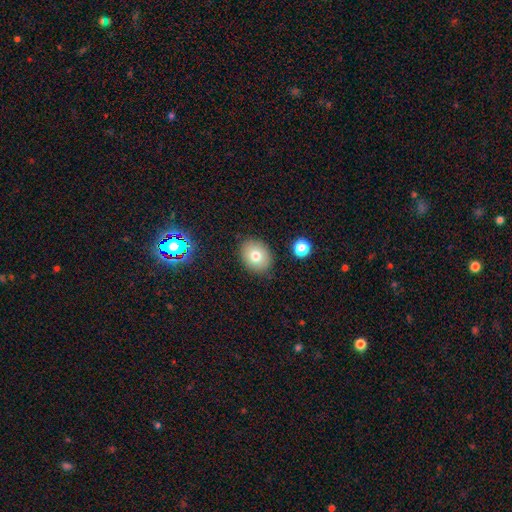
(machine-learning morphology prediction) A smooth galaxy with no disk features (76%) that is in between round and cigar-shaped (50%). Merging: none (86%).